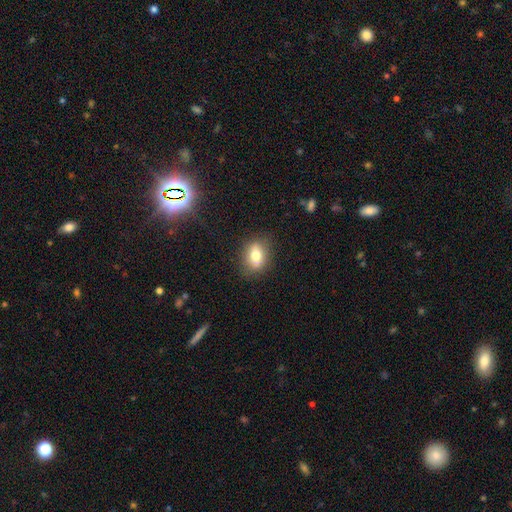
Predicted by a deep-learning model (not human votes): Smooth or featured: smooth — 65% (featured or disk — 26%)
How rounded: in between — 71% (round — 25%)
Merging: none — 83% (minor disturbance — 12%)